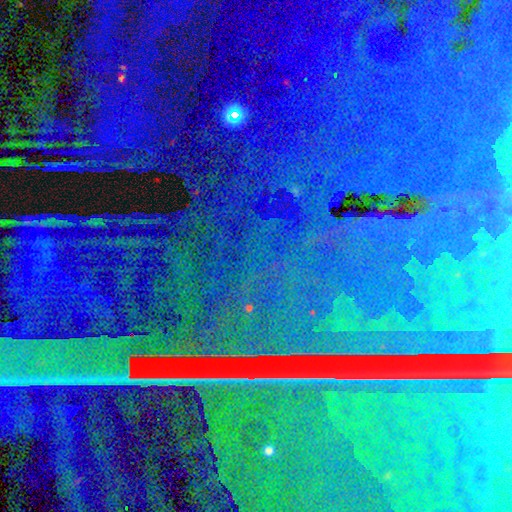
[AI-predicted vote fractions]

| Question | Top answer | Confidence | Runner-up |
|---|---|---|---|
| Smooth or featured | star or artifact | 87% | featured or disk (7%) |